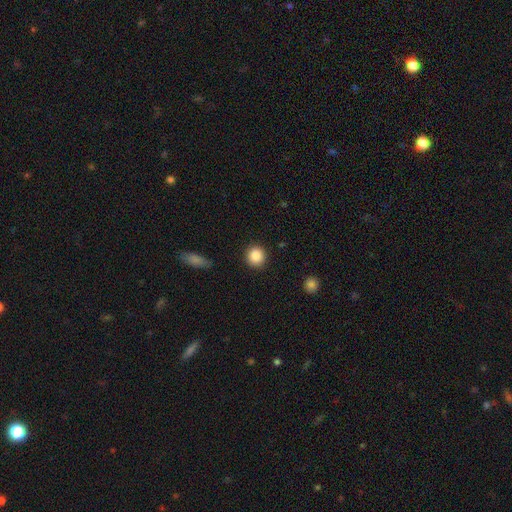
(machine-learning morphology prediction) Q: Smooth or featured?
A: smooth (88%); runner-up: star or artifact (8%)
Q: How rounded?
A: round (93%); runner-up: in between (6%)
Q: Merging?
A: none (91%); runner-up: minor disturbance (6%)